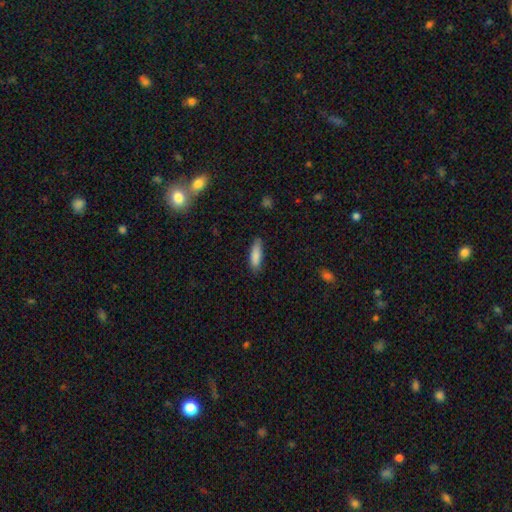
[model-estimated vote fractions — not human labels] Q: Smooth or featured?
A: smooth (86%); runner-up: featured or disk (8%)
Q: How rounded?
A: cigar-shaped (53%); runner-up: in between (45%)
Q: Merging?
A: none (79%); runner-up: minor disturbance (17%)